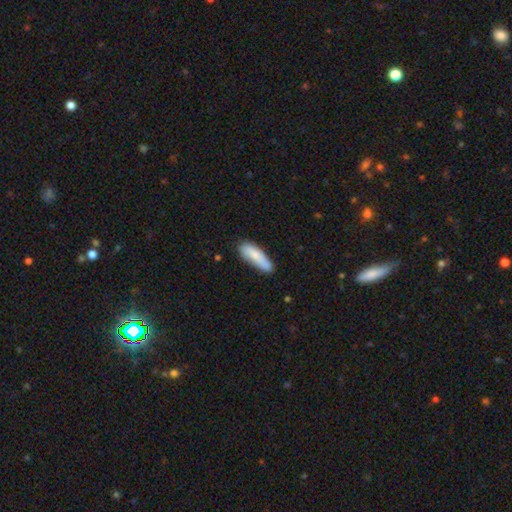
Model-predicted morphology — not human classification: Smooth or featured? smooth (79%)
How rounded? cigar-shaped (51%)
Merging? none (69%)